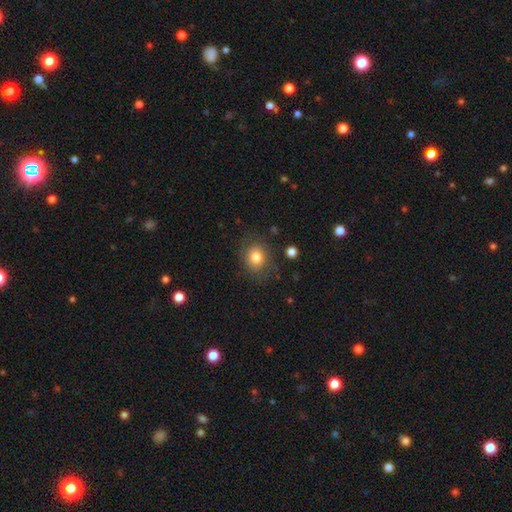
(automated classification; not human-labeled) Morphology: type=smooth (77%); roundness=round (64%); merging=none (78%).